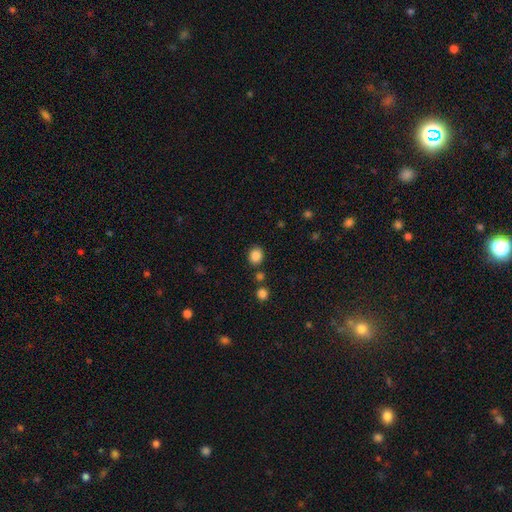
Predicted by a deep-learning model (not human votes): Smooth or featured? Predicted: smooth (p=0.86). How rounded? Predicted: round (p=0.69). Merging? Predicted: none (p=0.82).